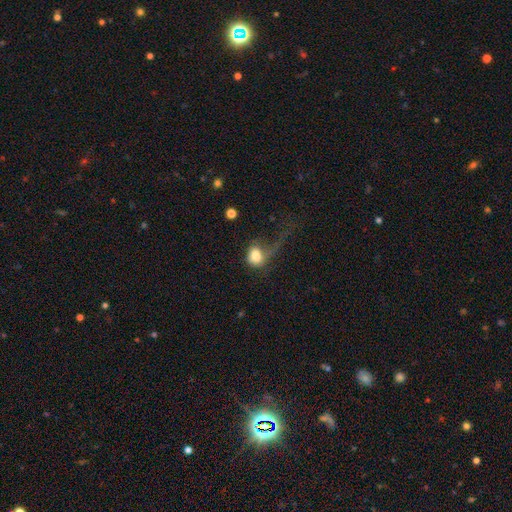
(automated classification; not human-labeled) Smooth or featured? Predicted: smooth (p=0.74). How rounded? Predicted: round (p=0.51). Merging? Predicted: major disturbance (p=0.58).